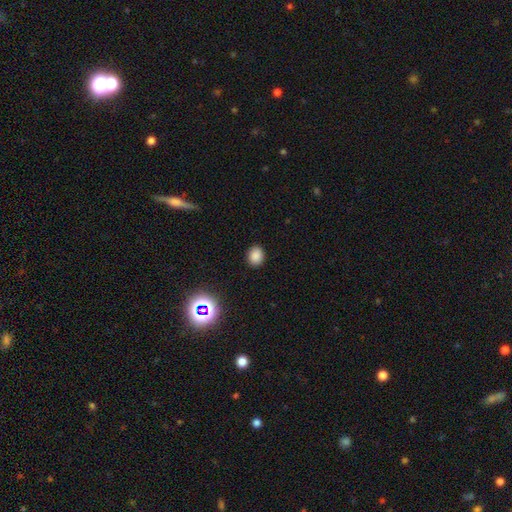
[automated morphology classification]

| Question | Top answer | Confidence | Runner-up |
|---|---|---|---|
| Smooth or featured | smooth | 83% | star or artifact (14%) |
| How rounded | round | 52% | in between (47%) |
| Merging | none | 89% | minor disturbance (8%) |